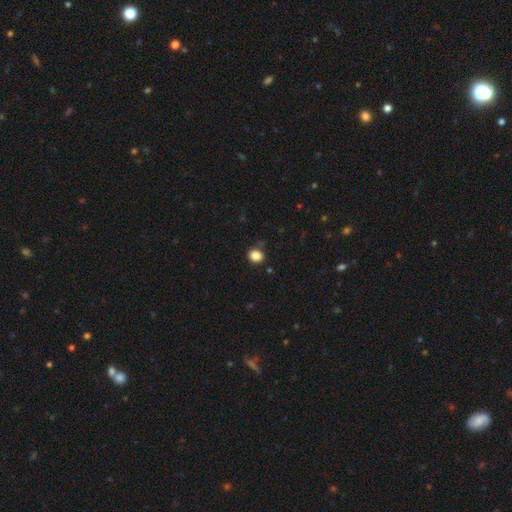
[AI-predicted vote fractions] Smooth or featured? smooth (86%)
How rounded? round (67%)
Merging? none (83%)